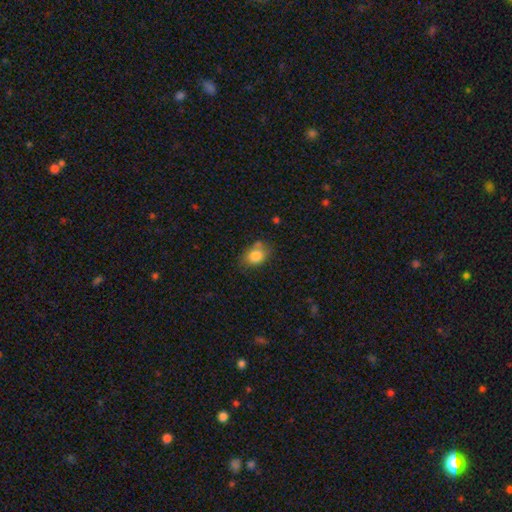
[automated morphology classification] A smooth galaxy with no disk features (82%) that is in between round and cigar-shaped (69%). Merging: none (58%).